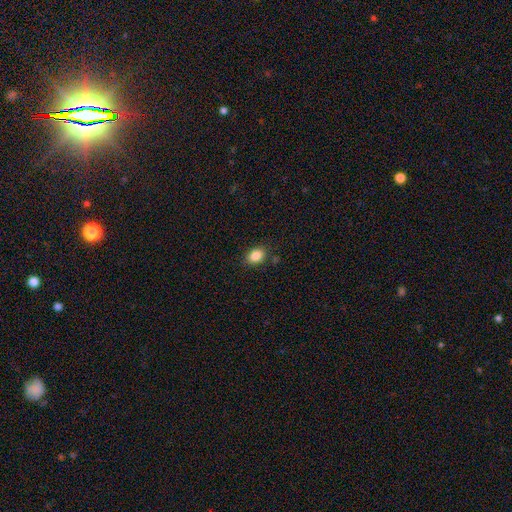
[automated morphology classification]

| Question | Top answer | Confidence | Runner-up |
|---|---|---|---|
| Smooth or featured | smooth | 86% | star or artifact (9%) |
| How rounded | in between | 74% | round (25%) |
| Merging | none | 84% | minor disturbance (11%) |